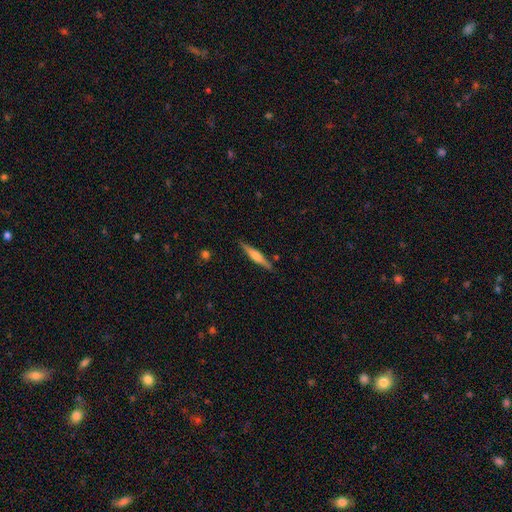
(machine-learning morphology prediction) smooth_or_featured: featured or disk (p=0.61) [alt: smooth p=0.33]
disk_edge_on: yes (p=0.98) [alt: no p=0.02]
edge_on_bulge: rounded (p=0.78) [alt: boxy p=0.14]
merging: none (p=0.89) [alt: minor disturbance p=0.08]